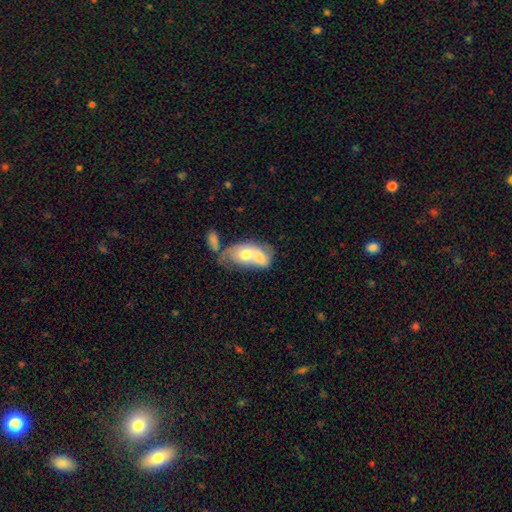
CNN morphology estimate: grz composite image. It shows a smooth galaxy with no disk features (59%) that is in between round and cigar-shaped (82%). Merging: merger (71%).